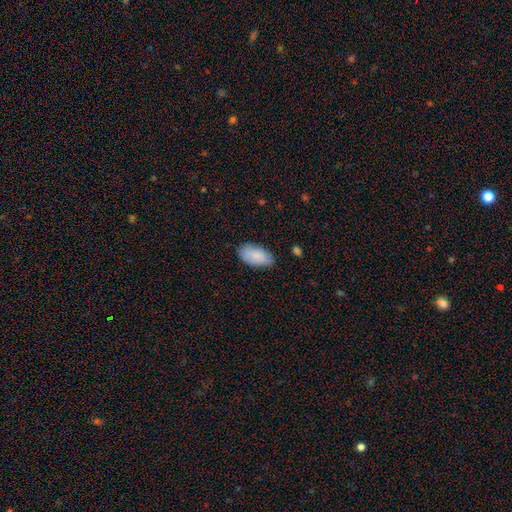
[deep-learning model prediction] This is clearly a smooth galaxy (85%). How rounded: clearly in between (95%). Merging: likely none (75%).